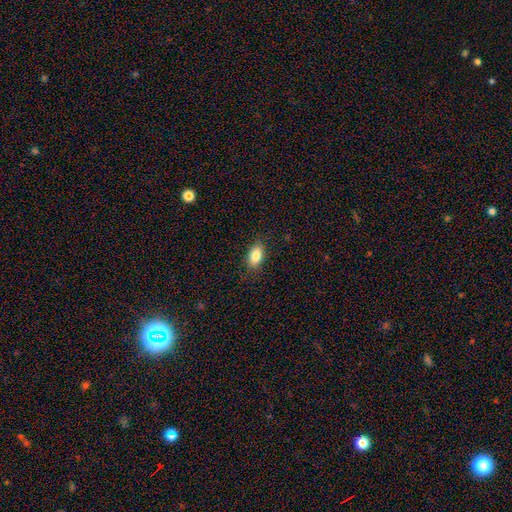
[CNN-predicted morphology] Q: Smooth or featured?
A: smooth (83%); runner-up: featured or disk (9%)
Q: How rounded?
A: in between (89%); runner-up: round (8%)
Q: Merging?
A: none (86%); runner-up: minor disturbance (10%)